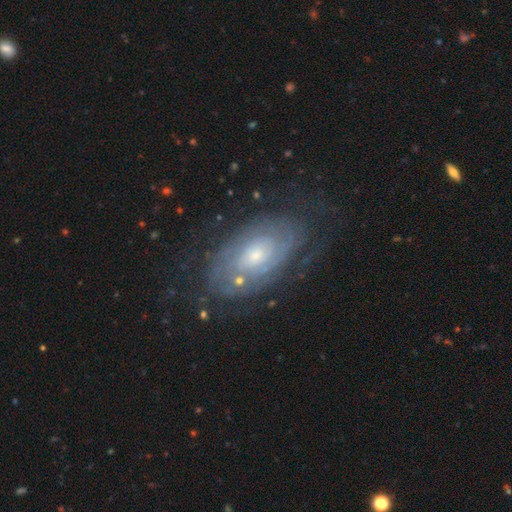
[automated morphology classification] Smooth or featured? Predicted: featured or disk (p=0.74). Edge-on disk? Predicted: no (p=0.93). Bar? Predicted: no (p=0.78). Spiral arms? Predicted: yes (p=0.84). Spiral winding? Predicted: tight (p=0.72). Spiral arm count? Predicted: can't tell (p=0.57). Bulge size? Predicted: small (p=0.55). Merging? Predicted: none (p=0.70).